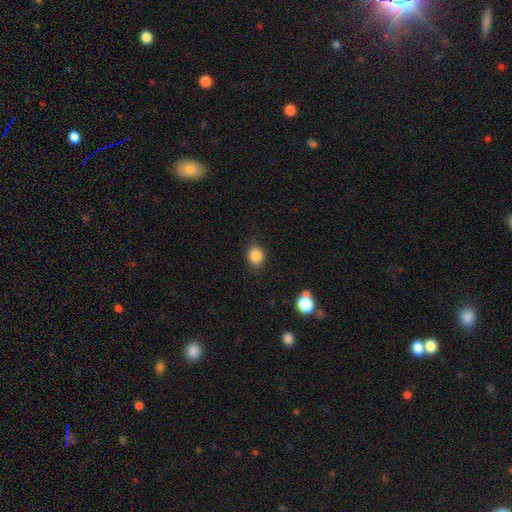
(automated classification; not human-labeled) Smooth or featured: smooth — 86% (star or artifact — 10%)
How rounded: round — 69% (in between — 30%)
Merging: none — 85% (minor disturbance — 11%)